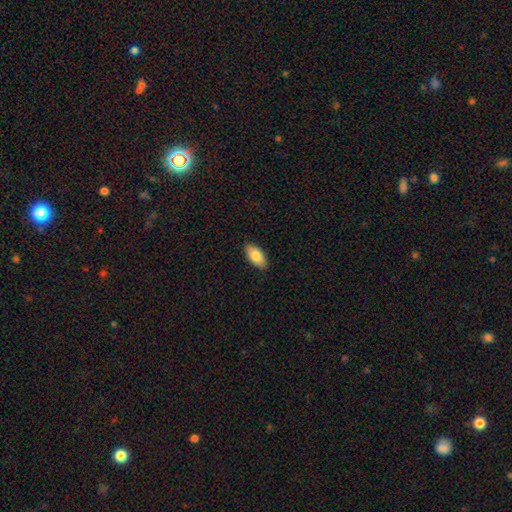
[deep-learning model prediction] smooth_or_featured: smooth (p=0.83) [alt: featured or disk p=0.11]
how_rounded: in between (p=0.93) [alt: cigar-shaped p=0.04]
merging: none (p=0.88) [alt: minor disturbance p=0.09]